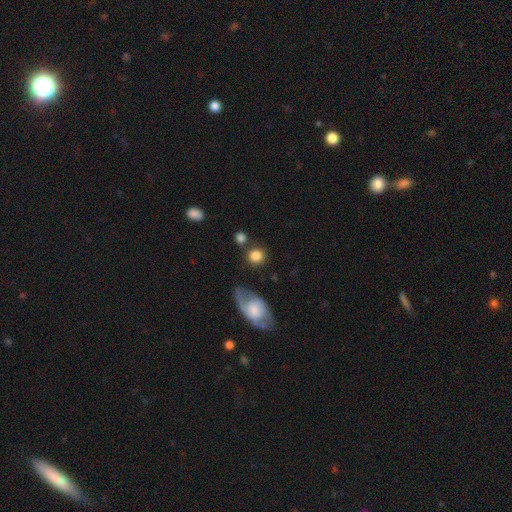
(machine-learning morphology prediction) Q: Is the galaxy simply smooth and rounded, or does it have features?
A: smooth — 82%.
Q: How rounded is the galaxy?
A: round — 86%.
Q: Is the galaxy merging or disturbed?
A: none — 72%.